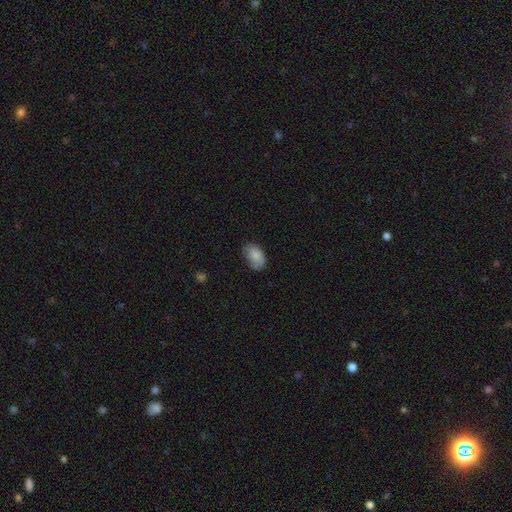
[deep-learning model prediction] Smooth or featured?
  - smooth: 80% *
  - featured or disk: 13%
  - star or artifact: 7%
How rounded?
  - in between: 89% *
  - round: 9%
  - cigar-shaped: 1%
Merging?
  - none: 64% *
  - minor disturbance: 28%
  - major disturbance: 7%
  - merger: 1%